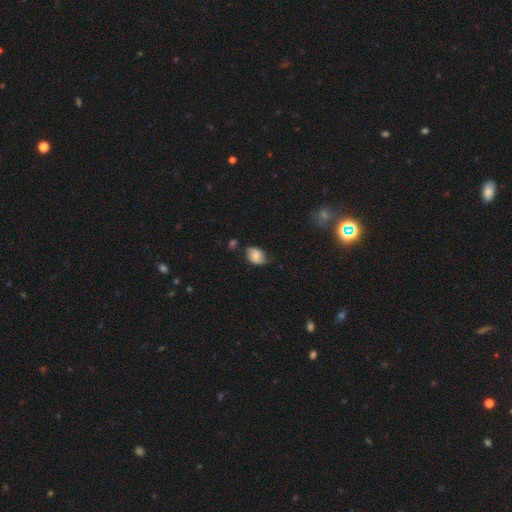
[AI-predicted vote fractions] smooth 65%, featured or disk 26%, star or artifact 9%. Down the decision tree: how rounded — in between (79%); merging — none (55%).